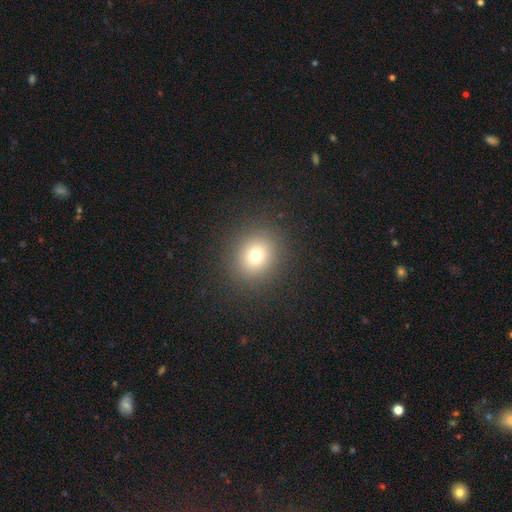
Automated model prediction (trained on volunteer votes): Smooth or featured: smooth — 72% (star or artifact — 18%)
How rounded: round — 82% (in between — 17%)
Merging: none — 89% (minor disturbance — 6%)